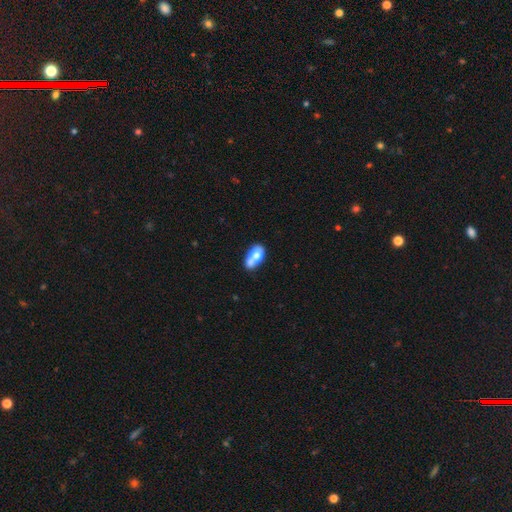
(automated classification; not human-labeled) Q: Smooth or featured?
A: smooth (65%); runner-up: featured or disk (27%)
Q: How rounded?
A: in between (84%); runner-up: cigar-shaped (8%)
Q: Merging?
A: none (35%); runner-up: merger (32%)